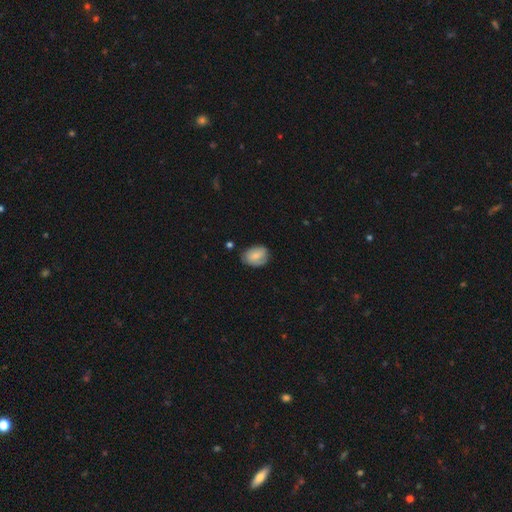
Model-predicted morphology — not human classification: A smooth galaxy with no disk features (73%) that is in between round and cigar-shaped (74%). Merging: none (68%).